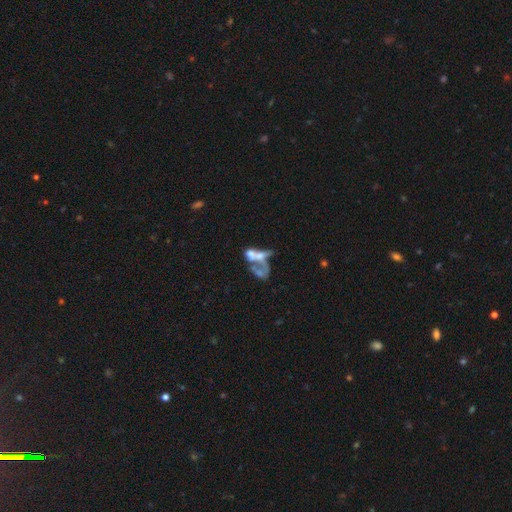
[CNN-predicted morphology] Smooth or featured: featured or disk — 54% (smooth — 30%)
Edge-on disk: no — 95% (yes — 5%)
Bar: no — 89% (weak — 8%)
Spiral arms: no — 89% (yes — 11%)
Bulge size: none — 53% (moderate — 21%)
Merging: merger — 57% (major disturbance — 23%)